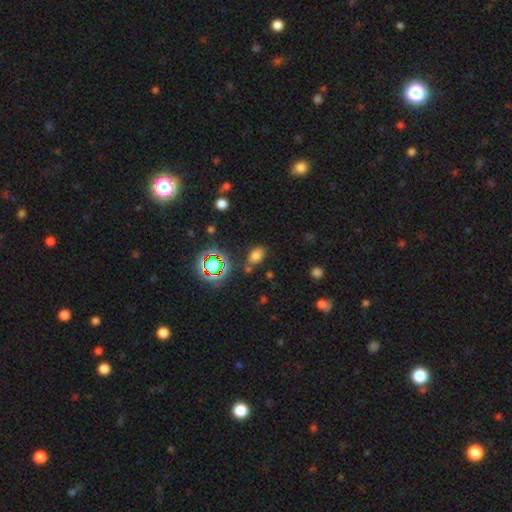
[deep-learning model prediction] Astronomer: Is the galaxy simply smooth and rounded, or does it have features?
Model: smooth — 68%.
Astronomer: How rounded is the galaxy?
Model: in between — 81%.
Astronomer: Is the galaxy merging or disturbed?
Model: none — 76%.